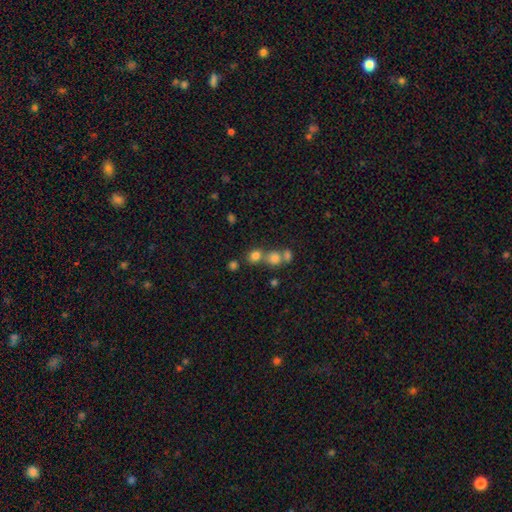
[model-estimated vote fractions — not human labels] Smooth or featured? Predicted: smooth (p=0.75). How rounded? Predicted: round (p=0.78). Merging? Predicted: none (p=0.54).